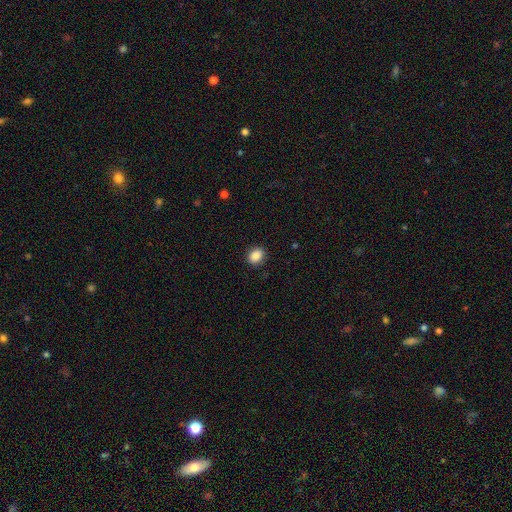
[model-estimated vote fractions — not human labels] Smooth or featured?
  - smooth: 88% *
  - star or artifact: 8%
  - featured or disk: 3%
How rounded?
  - in between: 64% *
  - round: 35%
  - cigar-shaped: 1%
Merging?
  - none: 89% *
  - minor disturbance: 8%
  - major disturbance: 2%
  - merger: 1%